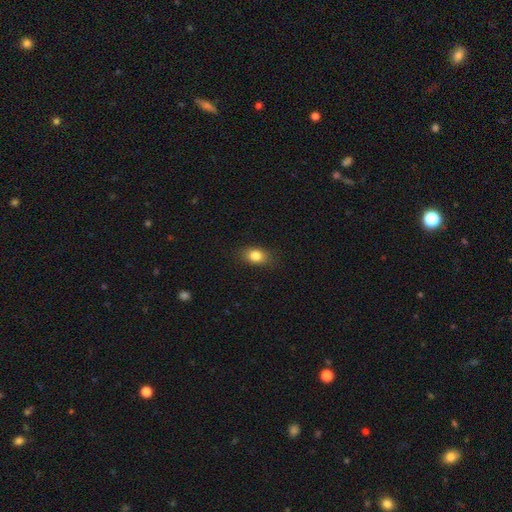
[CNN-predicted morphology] Smooth or featured?
  - smooth: 83% *
  - star or artifact: 9%
  - featured or disk: 8%
How rounded?
  - in between: 76% *
  - round: 21%
  - cigar-shaped: 3%
Merging?
  - none: 84% *
  - minor disturbance: 12%
  - major disturbance: 3%
  - merger: 1%